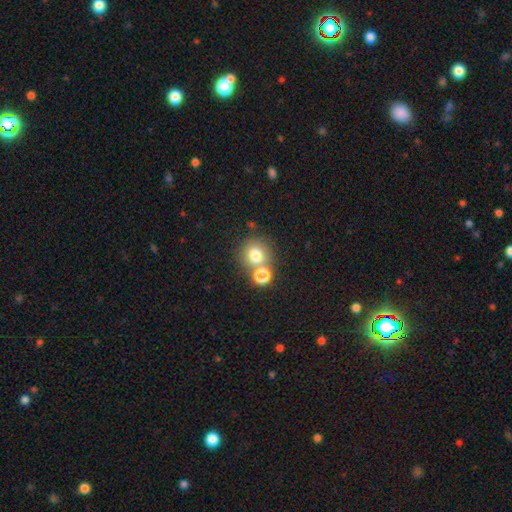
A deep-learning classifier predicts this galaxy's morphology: A smooth galaxy with no disk features (74%) that is round (89%). Merging: none (60%).